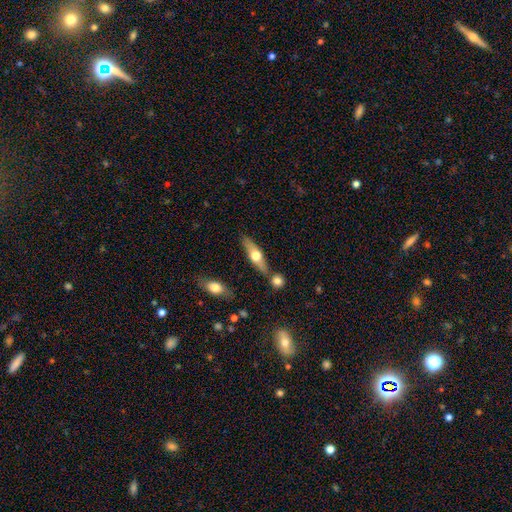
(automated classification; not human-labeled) The model was most divided on "smooth or featured": featured or disk: 54%, smooth: 41%, star or artifact: 5%. More confident: edge-on disk — yes (89%); merging — none (76%).